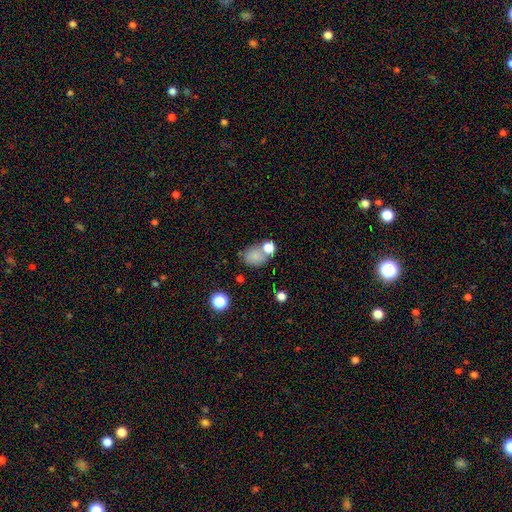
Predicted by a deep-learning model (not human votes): A smooth galaxy with no disk features (78%) that is in between round and cigar-shaped (49%, tied with round). Merging: none (50%).